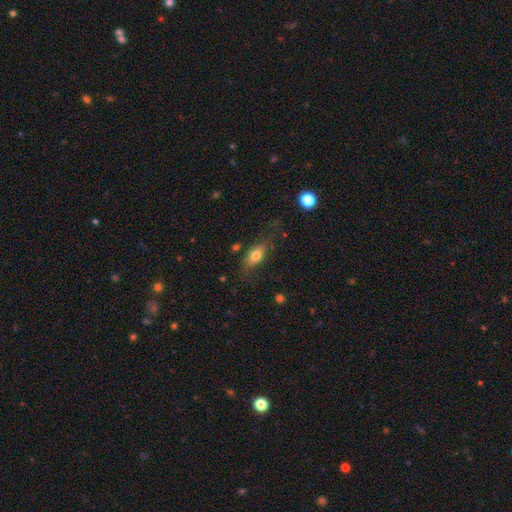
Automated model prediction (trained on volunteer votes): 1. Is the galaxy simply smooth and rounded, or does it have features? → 71% smooth, 21% featured or disk, 8% star or artifact.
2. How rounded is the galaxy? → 82% in between, 12% cigar-shaped, 7% round.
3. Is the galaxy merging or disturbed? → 65% none, 22% minor disturbance, 10% major disturbance, 2% merger.